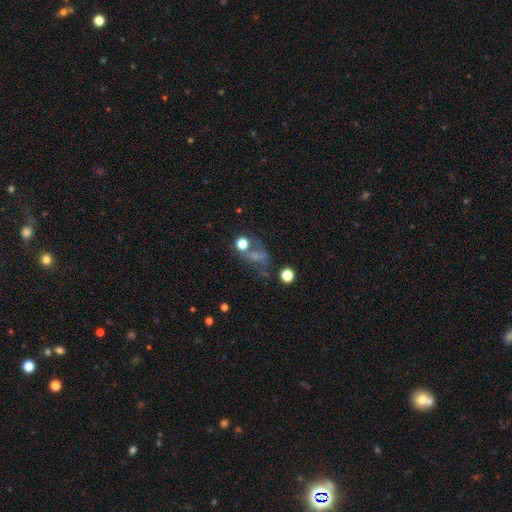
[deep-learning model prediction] A smooth galaxy with no disk features (39%). Merging: none (39%).